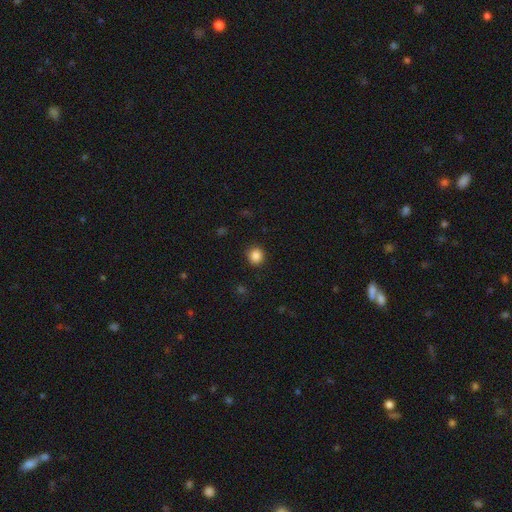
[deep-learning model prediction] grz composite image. It shows a smooth galaxy with no disk features (86%) that is round (91%). Merging: none (90%).